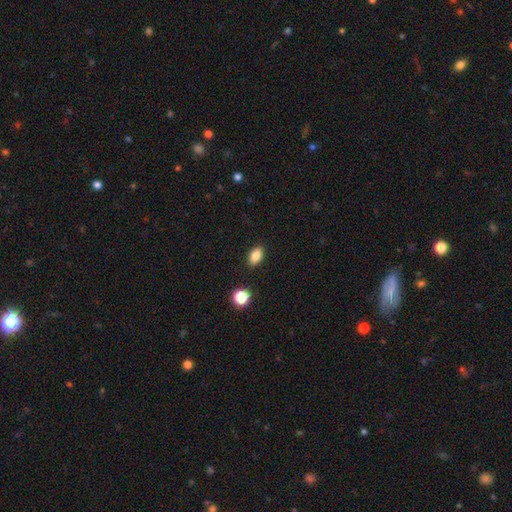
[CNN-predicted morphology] Smooth or featured? smooth (83%)
How rounded? in between (88%)
Merging? none (88%)